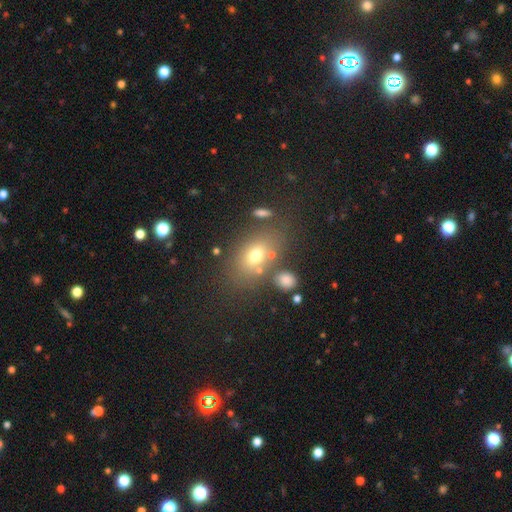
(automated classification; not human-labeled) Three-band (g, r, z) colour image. It shows a smooth galaxy with no disk features (68%) that is in between round and cigar-shaped (76%). Merging: none (68%).